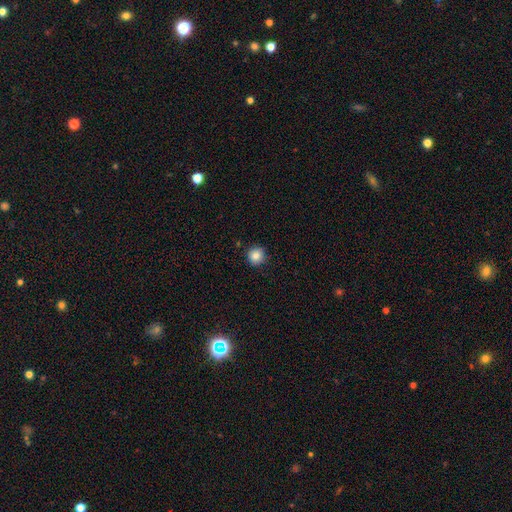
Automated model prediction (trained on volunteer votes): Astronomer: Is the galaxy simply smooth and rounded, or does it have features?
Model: smooth — 84%.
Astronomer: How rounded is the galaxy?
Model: round — 93%.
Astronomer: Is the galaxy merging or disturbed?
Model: none — 89%.